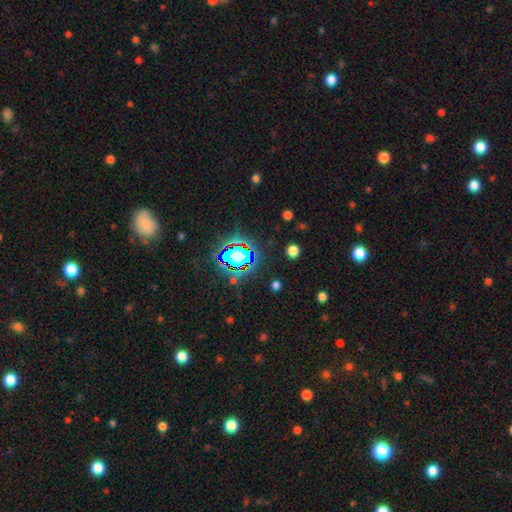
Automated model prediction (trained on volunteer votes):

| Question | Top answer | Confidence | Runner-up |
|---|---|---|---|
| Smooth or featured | star or artifact | 81% | smooth (12%) |